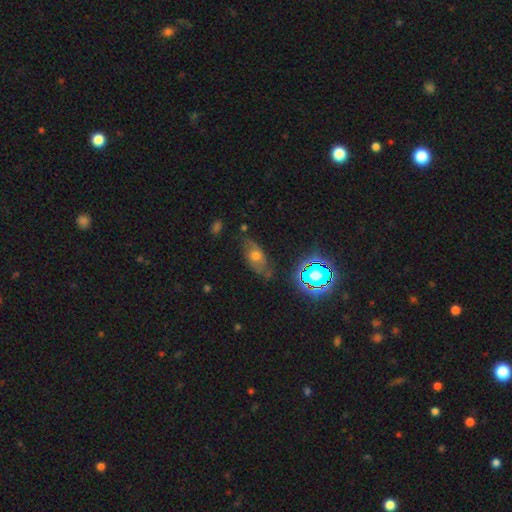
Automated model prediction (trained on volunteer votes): Morphology: type=featured or disk (42%); merging=none (63%).